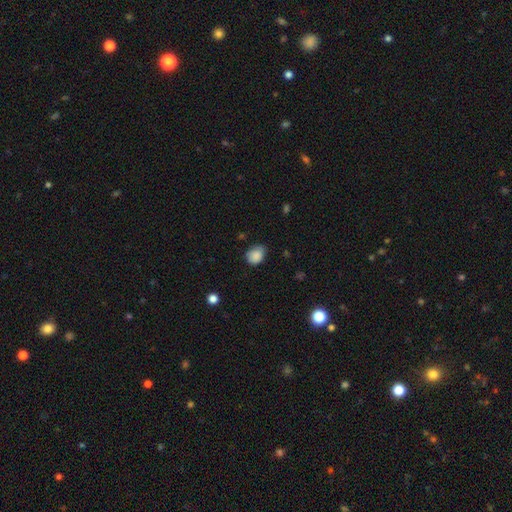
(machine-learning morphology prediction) smooth 86%, star or artifact 9%, featured or disk 5%. Down the decision tree: how rounded — in between (50%); merging — none (63%).